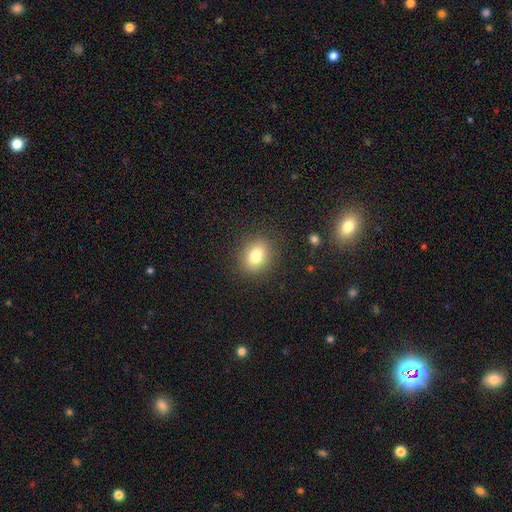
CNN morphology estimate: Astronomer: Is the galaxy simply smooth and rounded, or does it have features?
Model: smooth — 79%.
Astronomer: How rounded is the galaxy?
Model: round — 53% (runner-up: in between, 46%).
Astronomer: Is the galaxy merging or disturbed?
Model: none — 88%.